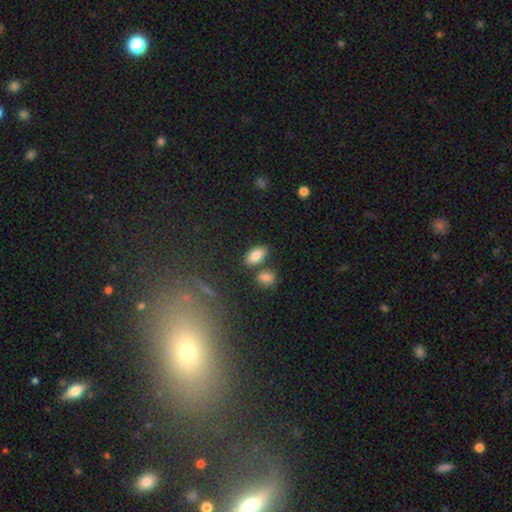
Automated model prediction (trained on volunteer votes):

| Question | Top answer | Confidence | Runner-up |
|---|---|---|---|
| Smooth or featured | smooth | 83% | star or artifact (9%) |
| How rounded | in between | 91% | round (5%) |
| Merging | none | 75% | minor disturbance (11%) |